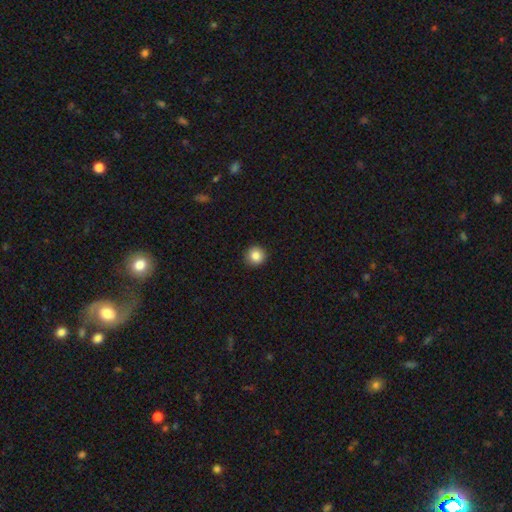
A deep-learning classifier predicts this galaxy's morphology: smooth-or-featured: smooth: 85% | star or artifact: 10% | featured or disk: 5%
  how-rounded: round: 95% | in between: 4% | cigar-shaped: 1%
  merging: none: 93% | minor disturbance: 5% | major disturbance: 2% | merger: 1%